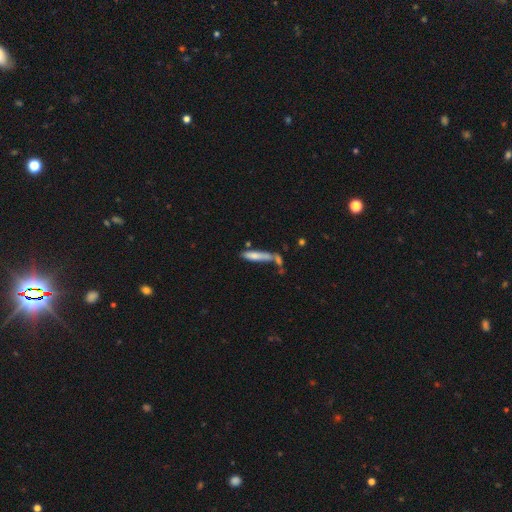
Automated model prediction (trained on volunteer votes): Morphology: type=smooth (69%); roundness=cigar-shaped (81%); merging=none (43%).